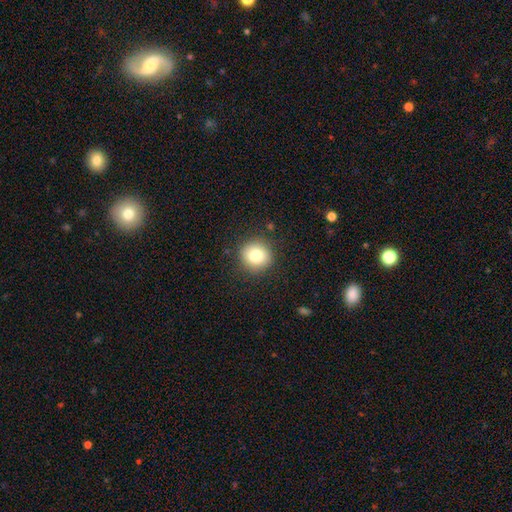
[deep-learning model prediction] The model was most divided on "smooth or featured": smooth: 81%, star or artifact: 10%, featured or disk: 8%. More confident: how rounded — round (91%); merging — none (88%).